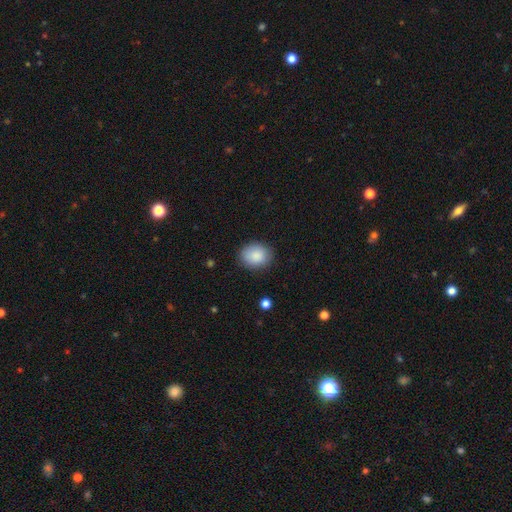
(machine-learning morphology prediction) The model was most divided on "how rounded": round: 51%, in between: 48%, cigar-shaped: 1%. More confident: smooth or featured — smooth (88%); merging — none (86%).